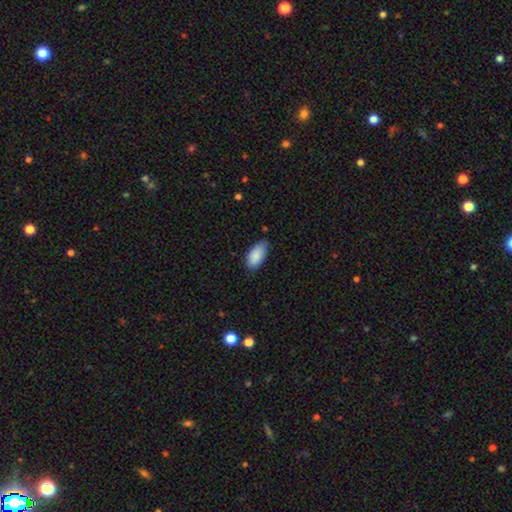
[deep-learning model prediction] This appears to be a smooth galaxy with no disk features (87%) that is in between round and cigar-shaped (94%). Merging: none (68%).